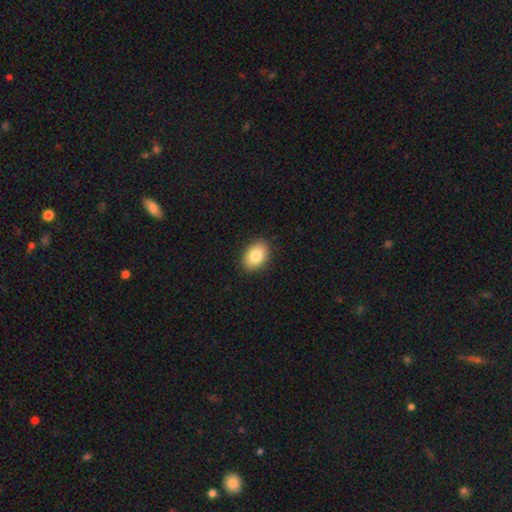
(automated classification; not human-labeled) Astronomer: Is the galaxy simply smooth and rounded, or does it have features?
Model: smooth — 82%.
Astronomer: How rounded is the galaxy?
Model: in between — 78%.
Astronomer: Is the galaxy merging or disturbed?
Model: none — 89%.